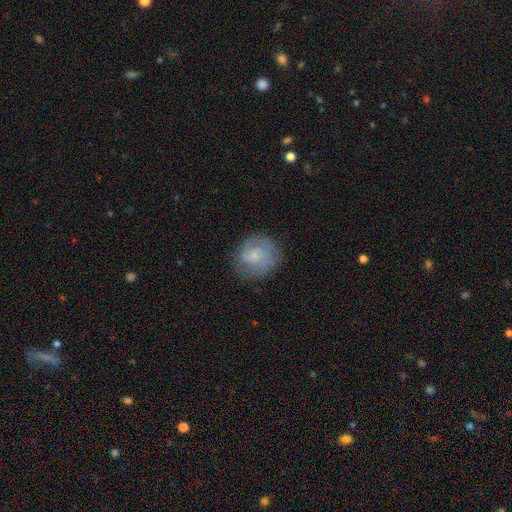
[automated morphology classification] Smooth or featured? featured or disk (51%)
Edge-on disk? no (98%)
Bar? no (67%)
Spiral arms? yes (86%)
Bulge size? small (71%)
Merging? none (76%)